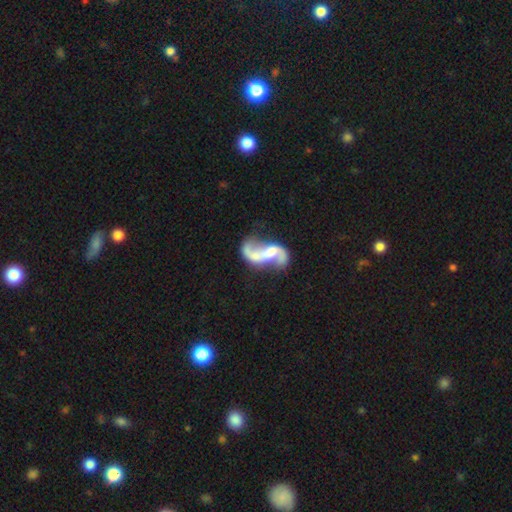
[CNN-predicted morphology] smooth_or_featured: featured or disk (p=0.84) [alt: smooth p=0.10]
disk_edge_on: no (p=0.97) [alt: yes p=0.03]
bar: weak (p=0.43) [alt: no p=0.31]
has_spiral_arms: yes (p=0.91) [alt: no p=0.09]
spiral_winding: loose (p=0.76) [alt: medium p=0.20]
spiral_arm_count: 2 (p=0.90) [alt: 1 p=0.05]
bulge_size: none (p=0.32) [alt: moderate p=0.31]
merging: none (p=0.48) [alt: major disturbance p=0.20]